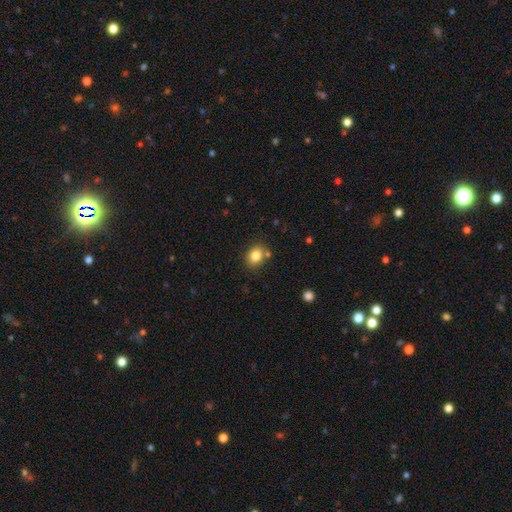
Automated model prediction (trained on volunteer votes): Smooth or featured?
  - smooth: 83% *
  - star or artifact: 10%
  - featured or disk: 7%
How rounded?
  - round: 53% *
  - in between: 46%
  - cigar-shaped: 1%
Merging?
  - none: 80% *
  - minor disturbance: 11%
  - merger: 7%
  - major disturbance: 3%